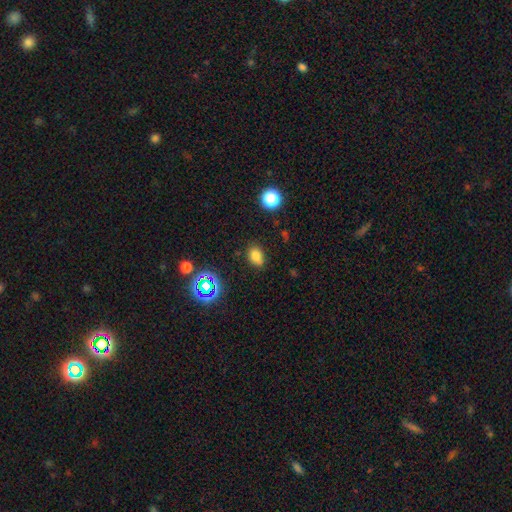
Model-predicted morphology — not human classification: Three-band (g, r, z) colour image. It shows a smooth galaxy with no disk features (75%) that is in between round and cigar-shaped (74%). Merging: none (81%).